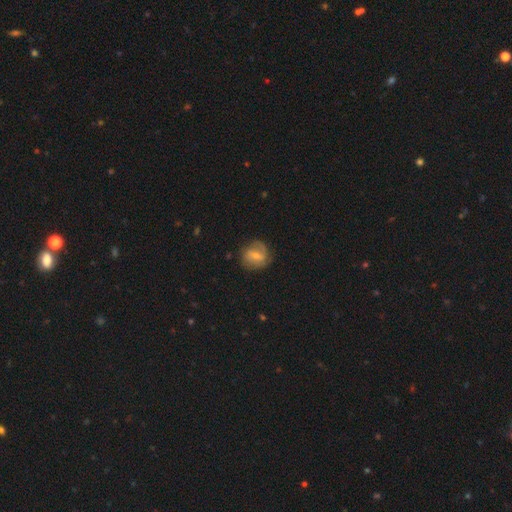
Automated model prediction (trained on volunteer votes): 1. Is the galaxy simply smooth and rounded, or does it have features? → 52% featured or disk, 41% smooth, 8% star or artifact.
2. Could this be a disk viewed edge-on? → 95% no, 5% yes.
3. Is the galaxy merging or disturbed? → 69% none, 21% minor disturbance, 9% major disturbance, 2% merger.